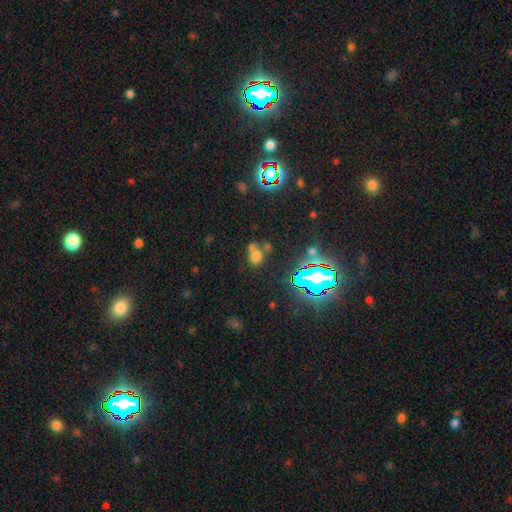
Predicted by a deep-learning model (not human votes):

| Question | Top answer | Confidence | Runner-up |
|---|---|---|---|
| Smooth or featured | smooth | 60% | star or artifact (28%) |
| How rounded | round | 54% | in between (44%) |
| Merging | none | 48% | merger (32%) |